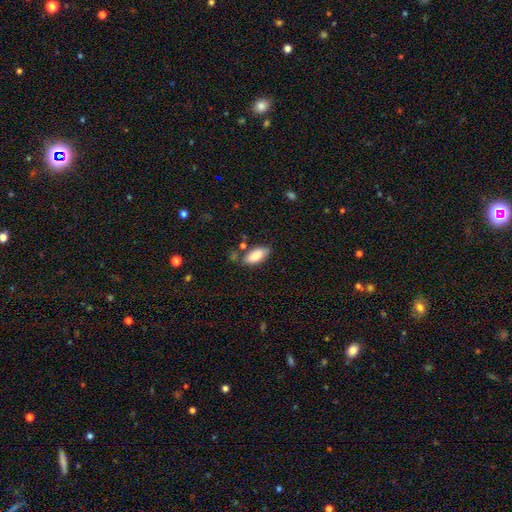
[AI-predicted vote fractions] Smooth or featured? Predicted: smooth (p=0.86). How rounded? Predicted: in between (p=0.88). Merging? Predicted: none (p=0.69).